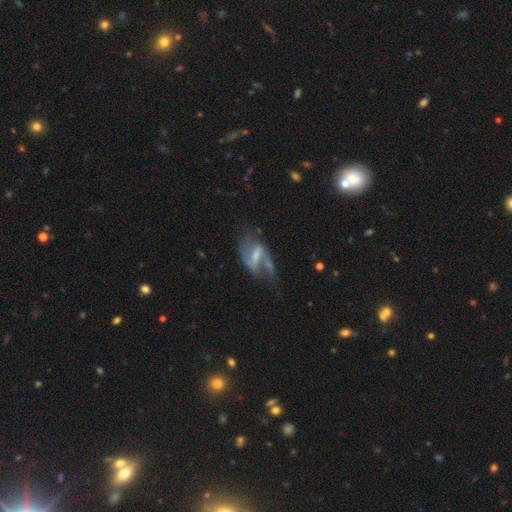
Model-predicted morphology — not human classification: The model was most divided on "bulge size": small: 33%, none: 32%, moderate: 28%, large: 5%, dominant: 1%. Remaining: edge-on disk — no (96%); spiral arms — yes (85%); spiral arm count — 2 (82%); smooth or featured — featured or disk (78%); spiral winding — loose (50%); bar — strong (49%); merging — none (47%).